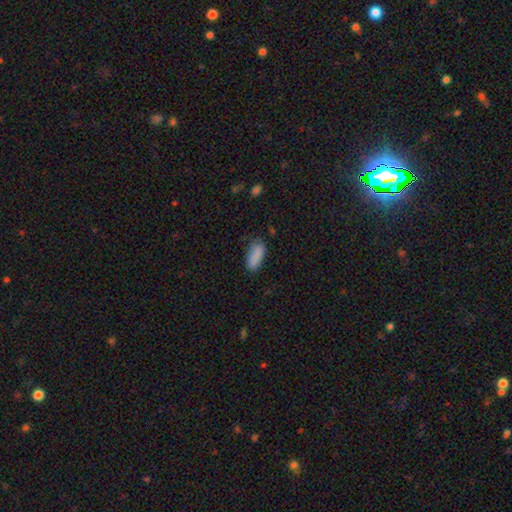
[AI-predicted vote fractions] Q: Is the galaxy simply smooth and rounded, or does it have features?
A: smooth — 86%.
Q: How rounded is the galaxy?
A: in between — 82%.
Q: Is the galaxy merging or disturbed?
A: none — 69%.